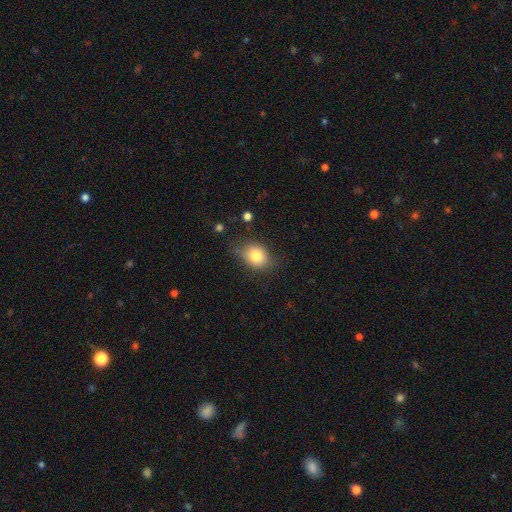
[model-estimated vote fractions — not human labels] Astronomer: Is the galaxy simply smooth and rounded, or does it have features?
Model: smooth — 79%.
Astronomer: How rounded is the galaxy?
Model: round — 55% (runner-up: in between, 44%).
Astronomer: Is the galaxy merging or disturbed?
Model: none — 72%.